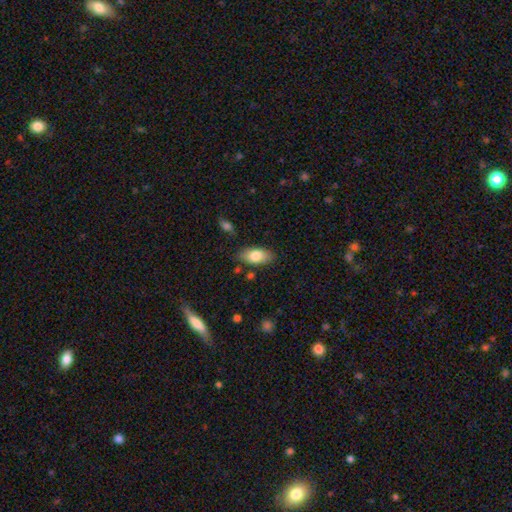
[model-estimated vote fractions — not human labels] Smooth or featured?
  - smooth: 81% *
  - featured or disk: 13%
  - star or artifact: 6%
How rounded?
  - in between: 91% *
  - cigar-shaped: 6%
  - round: 3%
Merging?
  - none: 82% *
  - minor disturbance: 13%
  - major disturbance: 3%
  - merger: 2%